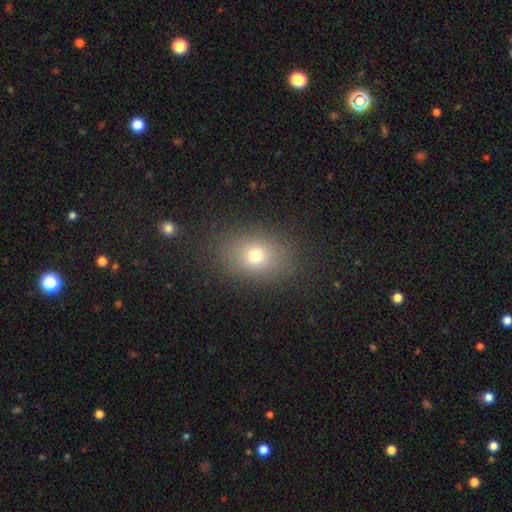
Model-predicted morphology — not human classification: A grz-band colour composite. It shows a smooth galaxy with no disk features (72%) that is in between round and cigar-shaped (60%). Merging: none (85%).